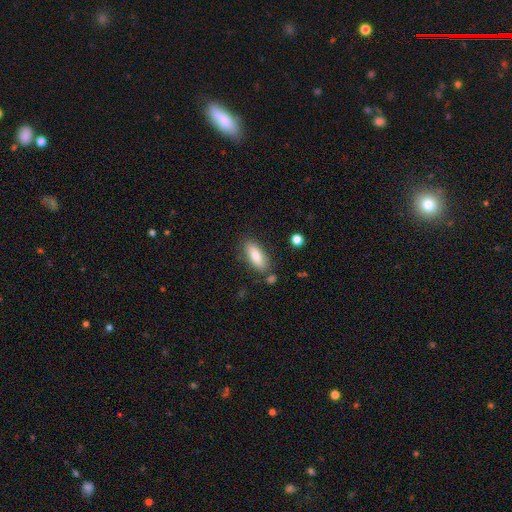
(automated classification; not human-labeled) The model was most divided on "how rounded": in between: 74%, cigar-shaped: 24%, round: 2%. More confident: smooth or featured — smooth (82%); merging — none (79%).